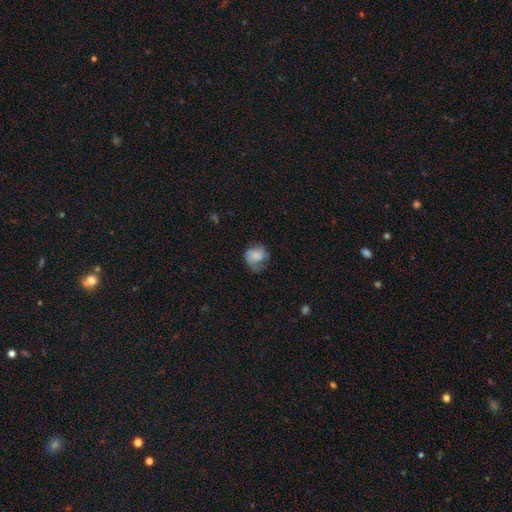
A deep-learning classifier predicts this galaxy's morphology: This appears to be a smooth galaxy with no disk features (60%) that is round (64%). Merging: none (48%).